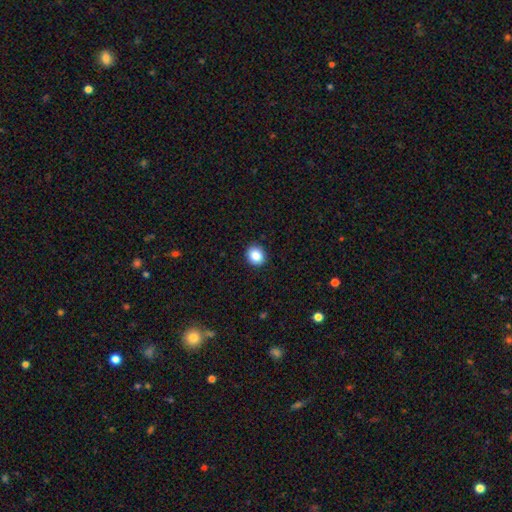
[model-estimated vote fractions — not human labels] smooth_or_featured: smooth (p=0.87) [alt: star or artifact p=0.09]
how_rounded: round (p=0.79) [alt: in between p=0.20]
merging: none (p=0.91) [alt: minor disturbance p=0.07]